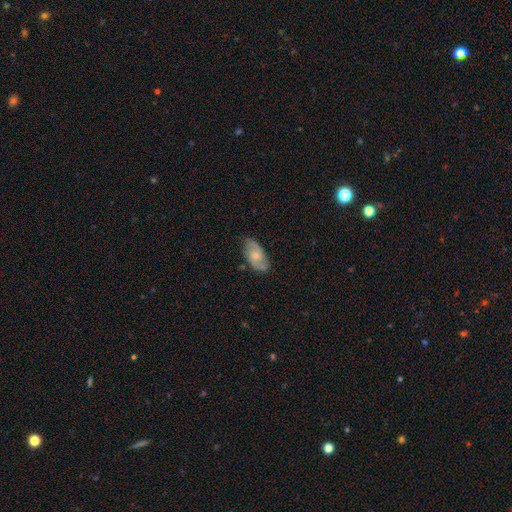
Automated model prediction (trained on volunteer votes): This appears to be a featured or disk galaxy (57%) with no bar (68%), spiral arms (86%) and a small central bulge (48%). Merging: none (75%).